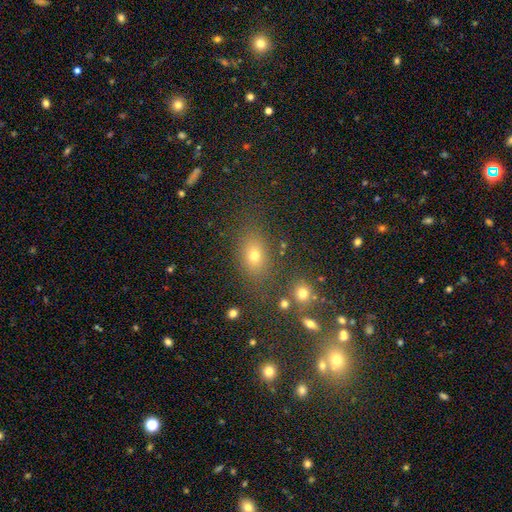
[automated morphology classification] Smooth or featured? smooth (60%)
How rounded? in between (65%)
Merging? none (79%)